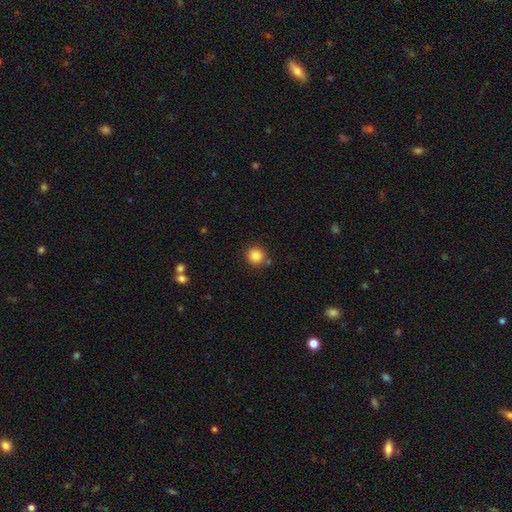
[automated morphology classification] A smooth galaxy with no disk features (85%) that is round (93%).

Vote fractions:
- Smooth or featured? smooth: 85% / star or artifact: 11% / featured or disk: 4%
- How rounded? round: 93% / in between: 6% / cigar-shaped: 1%
- Merging? none: 84% / minor disturbance: 9% / merger: 5% / major disturbance: 3%